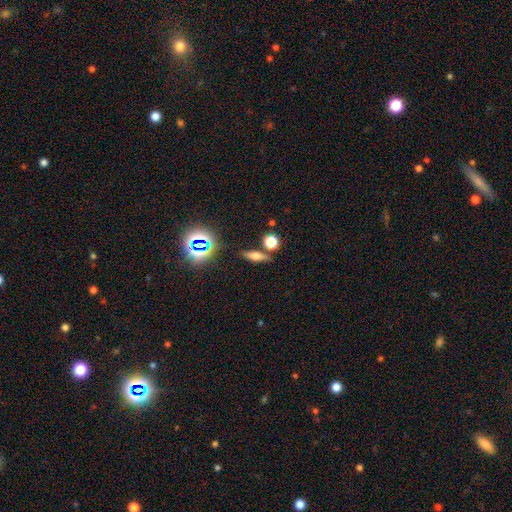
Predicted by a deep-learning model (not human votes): Smooth or featured: smooth — 56% (featured or disk — 24%)
How rounded: cigar-shaped — 47% (in between — 41%)
Merging: none — 77% (minor disturbance — 11%)